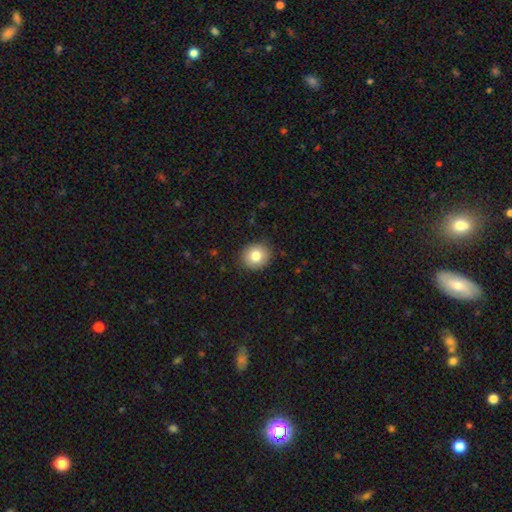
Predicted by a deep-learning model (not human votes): smooth_or_featured: smooth (p=0.82) [alt: featured or disk p=0.09]
how_rounded: round (p=0.80) [alt: in between p=0.19]
merging: none (p=0.90) [alt: minor disturbance p=0.07]